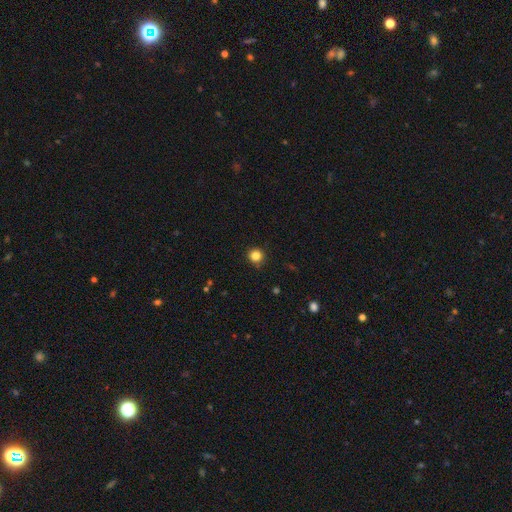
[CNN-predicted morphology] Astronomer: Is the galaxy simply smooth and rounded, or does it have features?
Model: smooth — 84%.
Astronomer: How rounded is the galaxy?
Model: round — 94%.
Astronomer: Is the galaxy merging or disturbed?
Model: none — 90%.